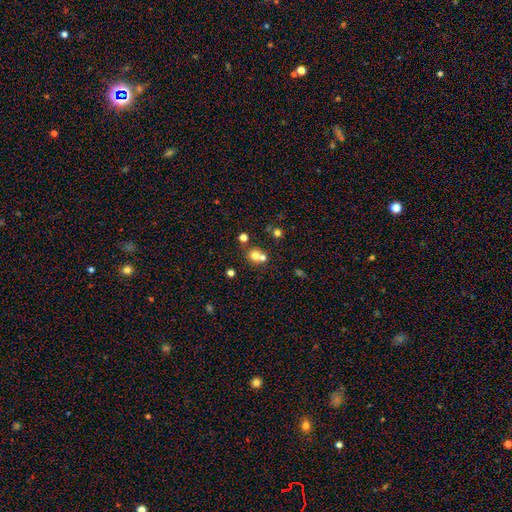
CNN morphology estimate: Smooth or featured? Predicted: smooth (p=0.70). How rounded? Predicted: round (p=0.80). Merging? Predicted: none (p=0.48).